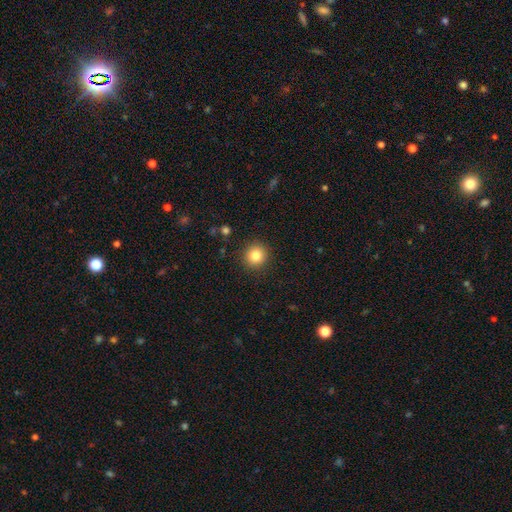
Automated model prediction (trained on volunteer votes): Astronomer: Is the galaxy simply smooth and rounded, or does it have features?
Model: smooth — 84%.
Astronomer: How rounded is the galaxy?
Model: round — 93%.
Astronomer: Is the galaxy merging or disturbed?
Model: none — 91%.